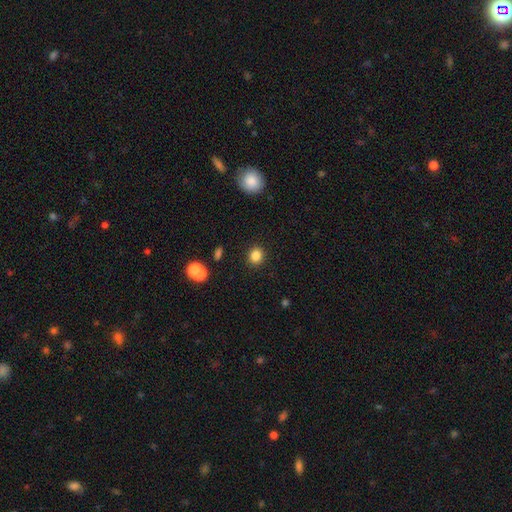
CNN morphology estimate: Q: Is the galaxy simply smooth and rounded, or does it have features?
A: smooth — 84%.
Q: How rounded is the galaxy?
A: round — 75%.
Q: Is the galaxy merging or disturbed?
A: none — 89%.